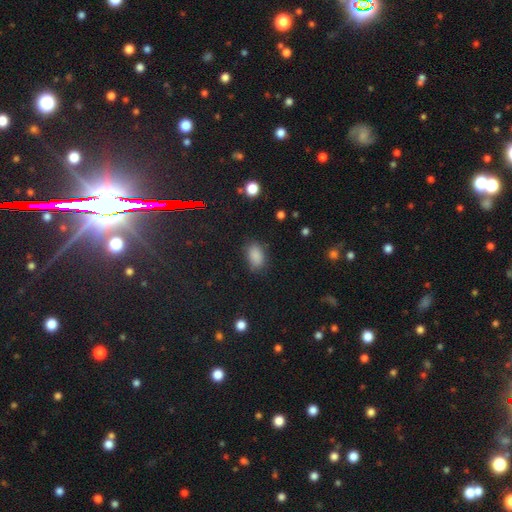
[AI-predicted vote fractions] smooth_or_featured: smooth (p=0.85) [alt: star or artifact p=0.11]
how_rounded: in between (p=0.88) [alt: round p=0.10]
merging: none (p=0.74) [alt: minor disturbance p=0.18]